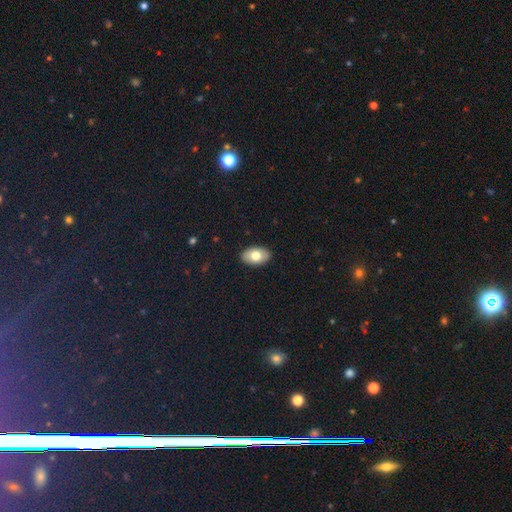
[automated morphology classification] A smooth galaxy with no disk features (76%) that is in between round and cigar-shaped (91%).

Vote fractions:
- Smooth or featured? smooth: 76% / featured or disk: 18% / star or artifact: 7%
- How rounded? in between: 91% / round: 7% / cigar-shaped: 1%
- Merging? none: 90% / minor disturbance: 8% / major disturbance: 2% / merger: 1%